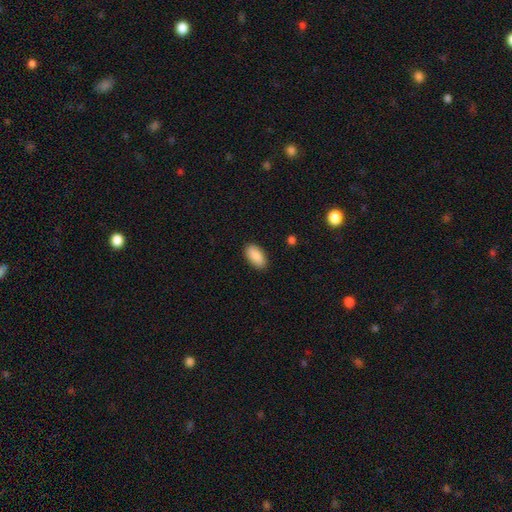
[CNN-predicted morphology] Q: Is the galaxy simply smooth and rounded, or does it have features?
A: smooth — 88%.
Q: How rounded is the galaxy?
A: in between — 93%.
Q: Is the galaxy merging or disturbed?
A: none — 88%.